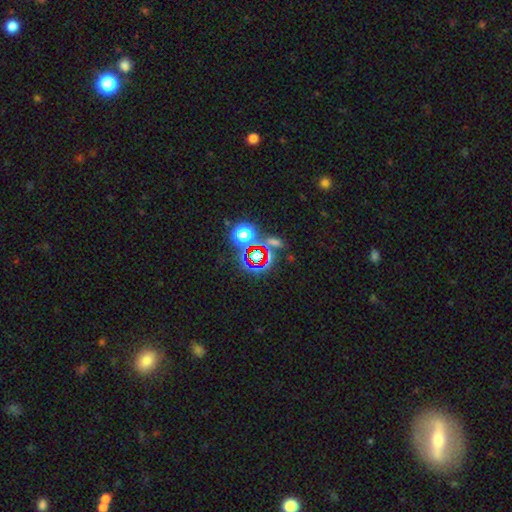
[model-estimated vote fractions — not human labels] star or artifact 65%, smooth 23%, featured or disk 12%.